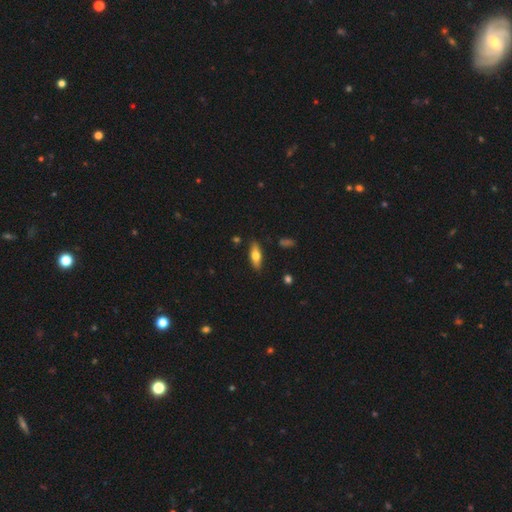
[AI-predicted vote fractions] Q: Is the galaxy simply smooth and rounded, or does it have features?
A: smooth — 64%.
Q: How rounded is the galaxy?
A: in between — 65%.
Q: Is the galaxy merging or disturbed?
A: none — 86%.